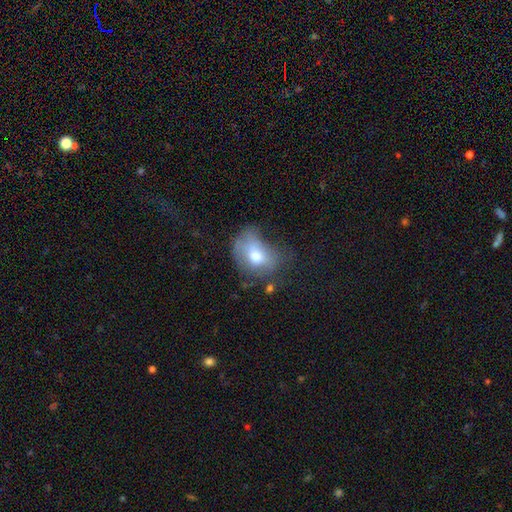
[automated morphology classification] This is likely a smooth galaxy (63%). How rounded: likely in between (69%). Merging: marginally major disturbance (33%).